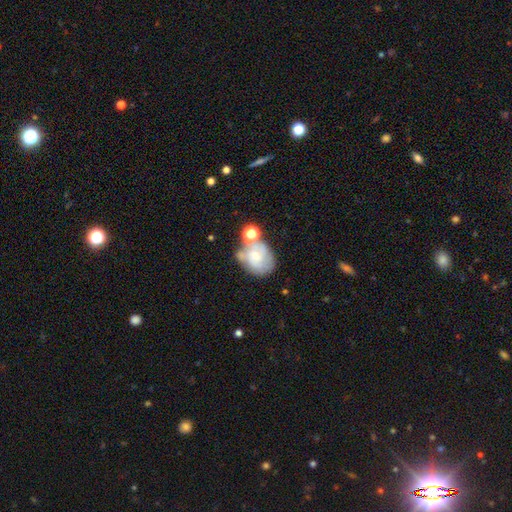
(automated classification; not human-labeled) Smooth or featured? Predicted: smooth (p=0.47). Merging? Predicted: none (p=0.33).